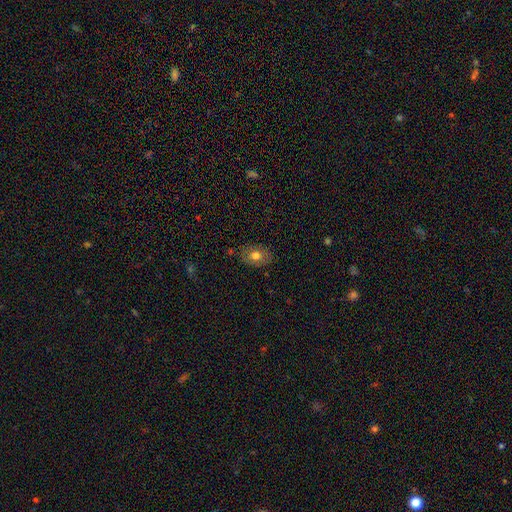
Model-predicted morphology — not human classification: Smooth or featured?
  - smooth: 72% *
  - featured or disk: 19%
  - star or artifact: 9%
How rounded?
  - in between: 79% *
  - round: 20%
  - cigar-shaped: 1%
Merging?
  - none: 81% *
  - minor disturbance: 14%
  - major disturbance: 3%
  - merger: 2%